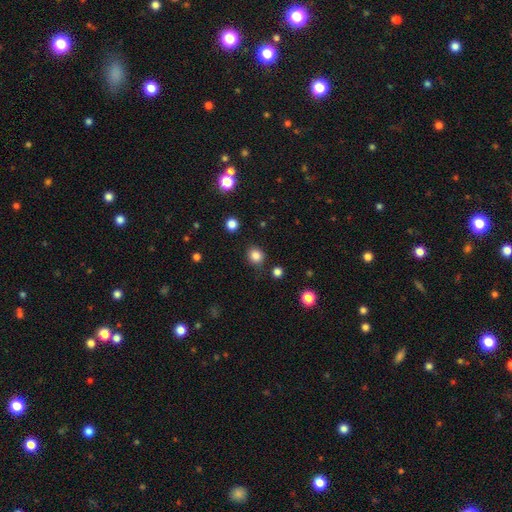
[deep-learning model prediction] smooth 84%, star or artifact 12%, featured or disk 4%. Down the decision tree: how rounded — round (80%); merging — none (84%).